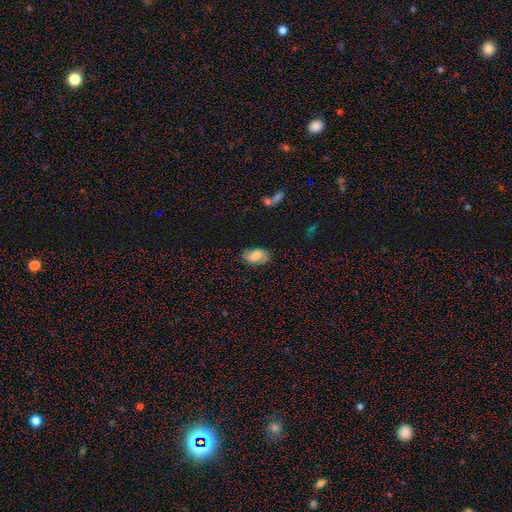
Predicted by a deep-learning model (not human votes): smooth-or-featured: smooth: 64% | featured or disk: 28% | star or artifact: 9%
  how-rounded: in between: 90% | round: 8% | cigar-shaped: 2%
  merging: none: 69% | minor disturbance: 23% | major disturbance: 6% | merger: 2%